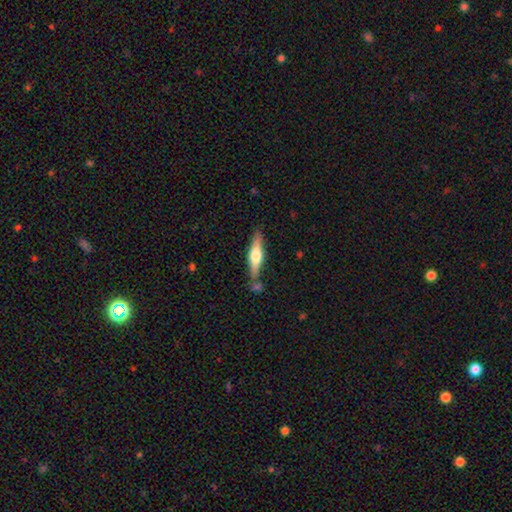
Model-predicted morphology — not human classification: Smooth or featured: featured or disk — 54% (smooth — 41%)
Edge-on disk: yes — 94% (no — 6%)
Edge-on bulge: rounded — 88% (boxy — 8%)
Merging: none — 76% (minor disturbance — 13%)